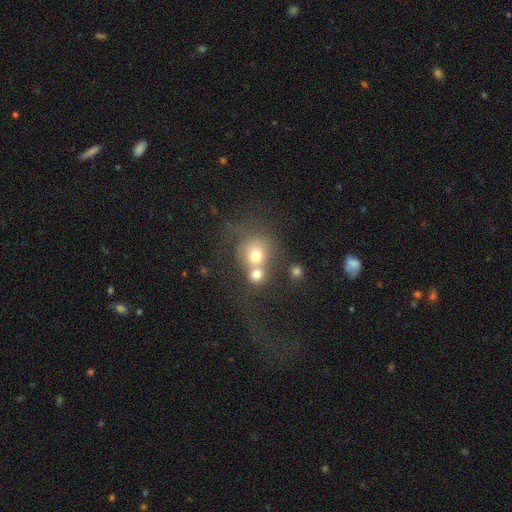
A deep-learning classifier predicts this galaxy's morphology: Smooth or featured: smooth — 66% (featured or disk — 21%)
How rounded: round — 79% (in between — 20%)
Merging: merger — 62% (none — 24%)